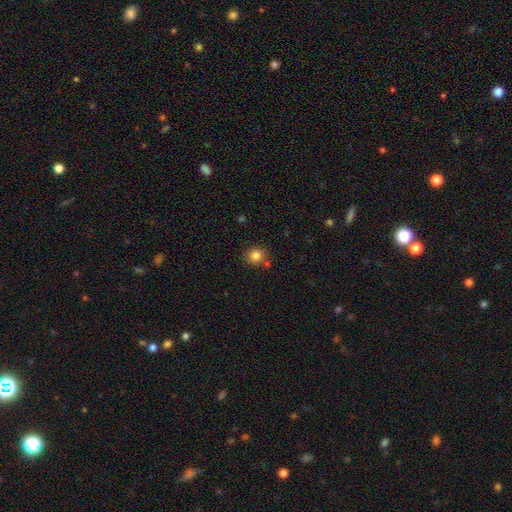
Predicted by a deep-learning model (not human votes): smooth 83%, star or artifact 11%, featured or disk 6%. Down the decision tree: how rounded — round (84%); merging — none (80%).